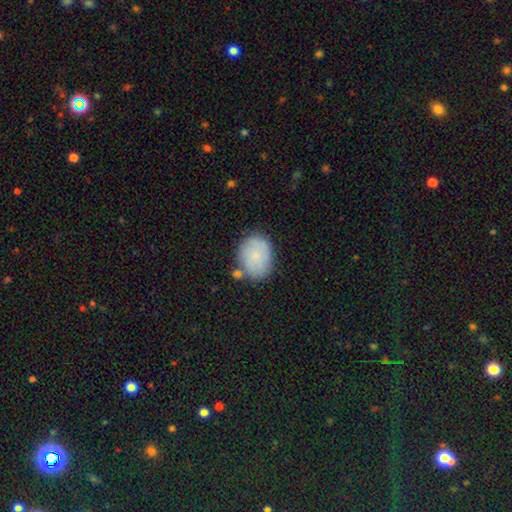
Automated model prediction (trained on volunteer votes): Q: Smooth or featured?
A: smooth (79%); runner-up: featured or disk (14%)
Q: How rounded?
A: in between (59%); runner-up: round (40%)
Q: Merging?
A: none (68%); runner-up: minor disturbance (19%)